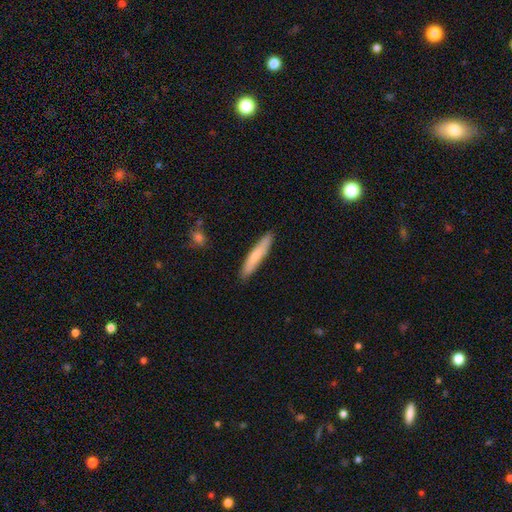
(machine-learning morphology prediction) Smooth or featured? smooth (73%)
How rounded? cigar-shaped (92%)
Merging? none (88%)